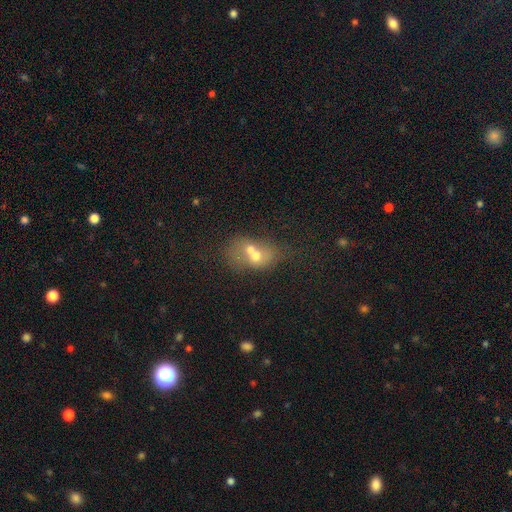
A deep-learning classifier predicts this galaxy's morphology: This is possibly a smooth galaxy (56%). How rounded: possibly in between (52%). Merging: likely merger (73%).